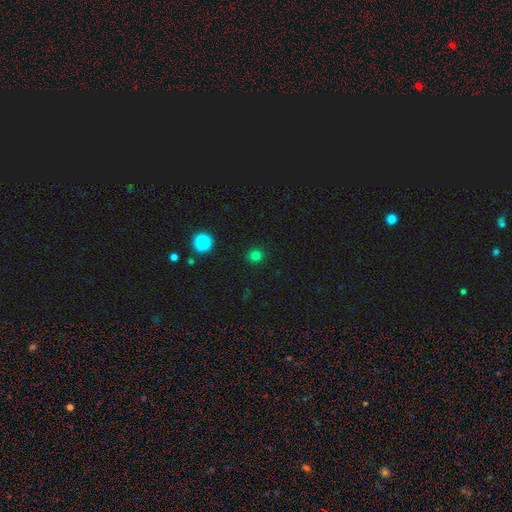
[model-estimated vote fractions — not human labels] smooth_or_featured: smooth (p=0.78) [alt: star or artifact p=0.18]
how_rounded: round (p=0.93) [alt: in between p=0.06]
merging: none (p=0.91) [alt: minor disturbance p=0.06]